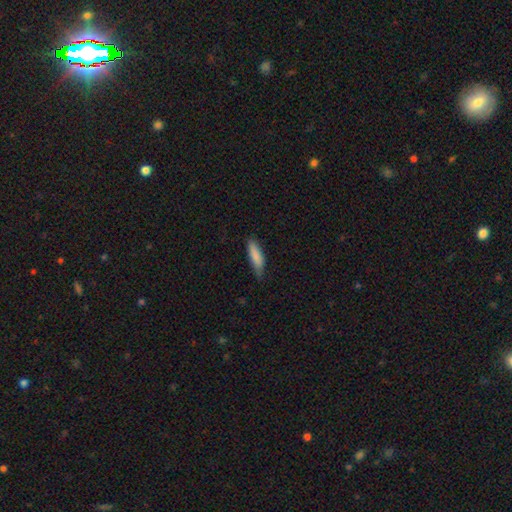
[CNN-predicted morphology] smooth-or-featured: smooth: 85% | featured or disk: 9% | star or artifact: 6%
  how-rounded: cigar-shaped: 59% | in between: 40% | round: 2%
  merging: none: 66% | minor disturbance: 28% | major disturbance: 4% | merger: 1%